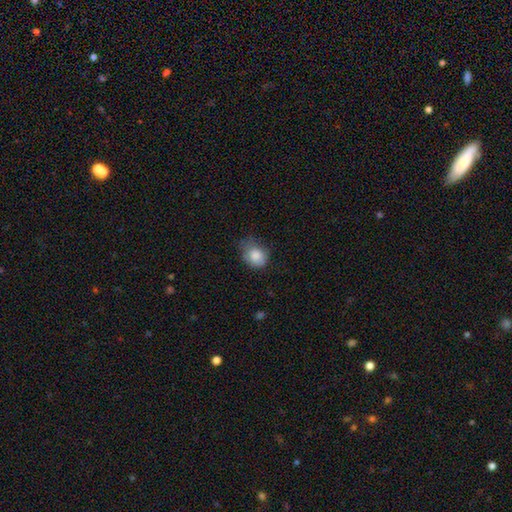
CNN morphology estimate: This is clearly a smooth galaxy (83%). How rounded: possibly in between (52%). Merging: marginally none (41%).